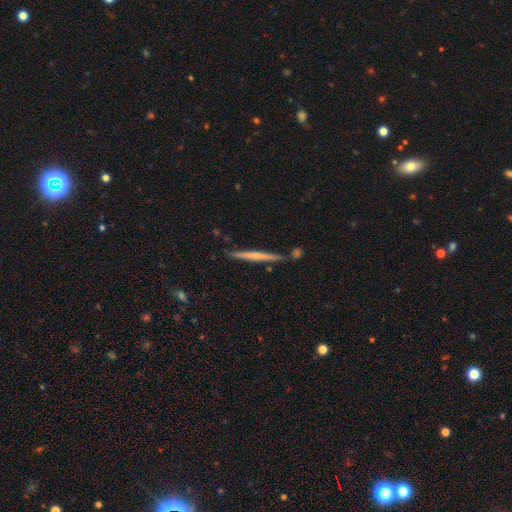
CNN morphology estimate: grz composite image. It shows a featured or disk galaxy (55%) viewed edge-on (97%) with no central bulge (64%). Merging: none (83%).